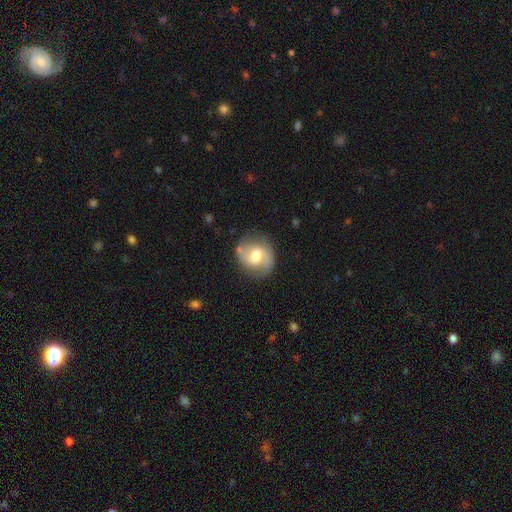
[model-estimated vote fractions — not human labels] Smooth or featured? Predicted: featured or disk (p=0.70). Edge-on disk? Predicted: no (p=0.97). Bar? Predicted: weak (p=0.48). Spiral arms? Predicted: yes (p=0.90). Spiral winding? Predicted: medium (p=0.50). Spiral arm count? Predicted: 2 (p=0.87). Bulge size? Predicted: moderate (p=0.71). Merging? Predicted: none (p=0.77).